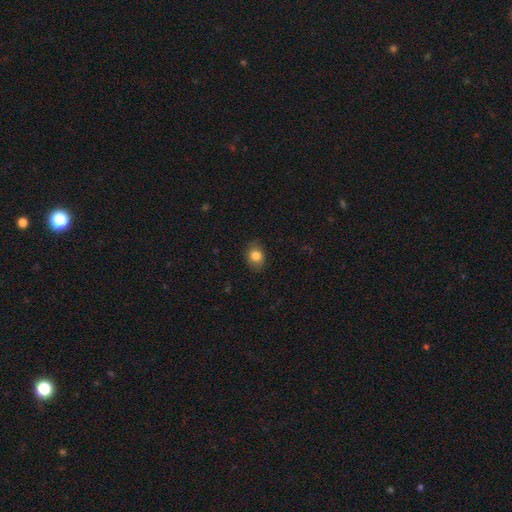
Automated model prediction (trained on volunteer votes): Smooth or featured?
  - smooth: 83% *
  - star or artifact: 9%
  - featured or disk: 8%
How rounded?
  - in between: 54% *
  - round: 44%
  - cigar-shaped: 1%
Merging?
  - none: 82% *
  - minor disturbance: 14%
  - major disturbance: 3%
  - merger: 1%